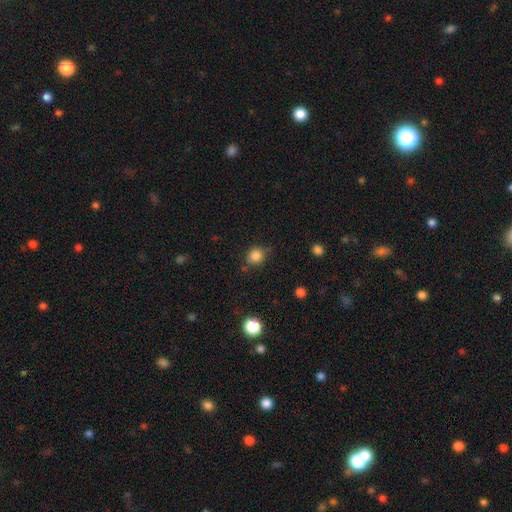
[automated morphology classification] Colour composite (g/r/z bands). It shows a smooth galaxy with no disk features (84%) that is round (84%). Merging: none (75%).